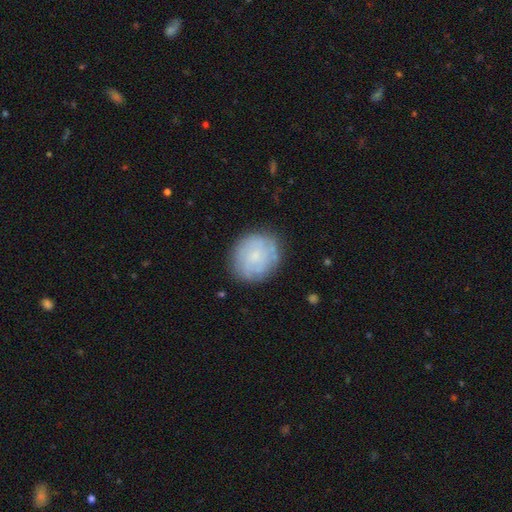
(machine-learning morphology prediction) The model was most divided on "smooth or featured": smooth: 51%, featured or disk: 41%, star or artifact: 8%. More confident: merging — none (77%); how rounded — round (71%).